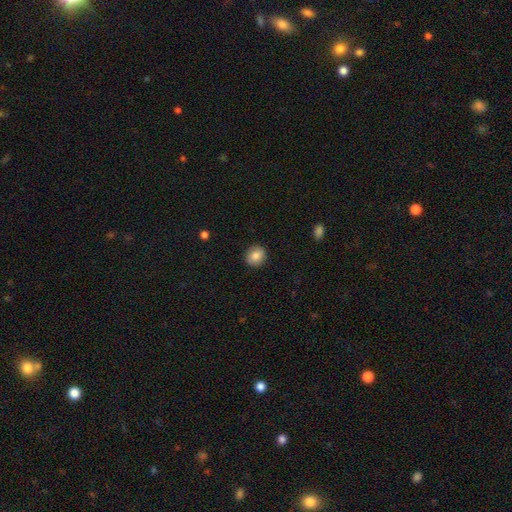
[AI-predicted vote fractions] Smooth or featured?
  - smooth: 84% *
  - star or artifact: 8%
  - featured or disk: 8%
How rounded?
  - round: 78% *
  - in between: 21%
  - cigar-shaped: 1%
Merging?
  - none: 90% *
  - minor disturbance: 7%
  - major disturbance: 2%
  - merger: 1%